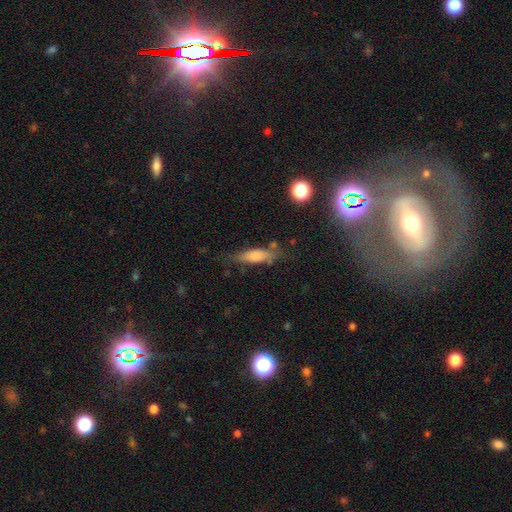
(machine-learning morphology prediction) smooth_or_featured: smooth (p=0.74) [alt: featured or disk p=0.18]
how_rounded: in between (p=0.53) [alt: cigar-shaped p=0.45]
merging: none (p=0.59) [alt: minor disturbance p=0.26]